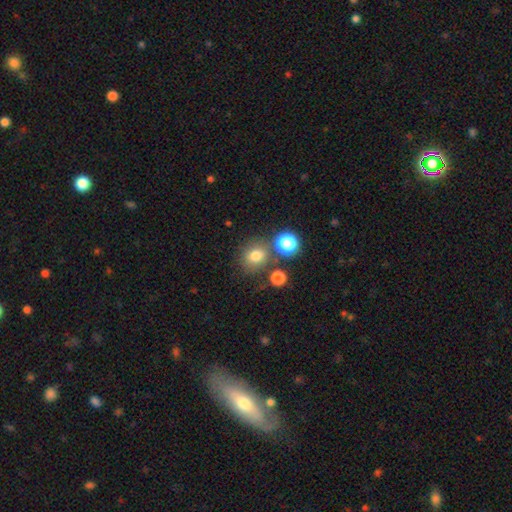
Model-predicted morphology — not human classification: This appears to be a smooth galaxy with no disk features (76%) that is round (79%). Merging: none (73%).